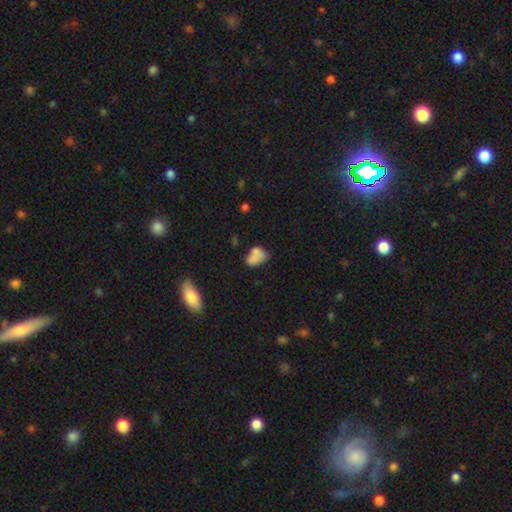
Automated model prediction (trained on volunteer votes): Overall: smooth (76%). How rounded: in between (84%). Merging: none (37%; minor disturbance 26%).